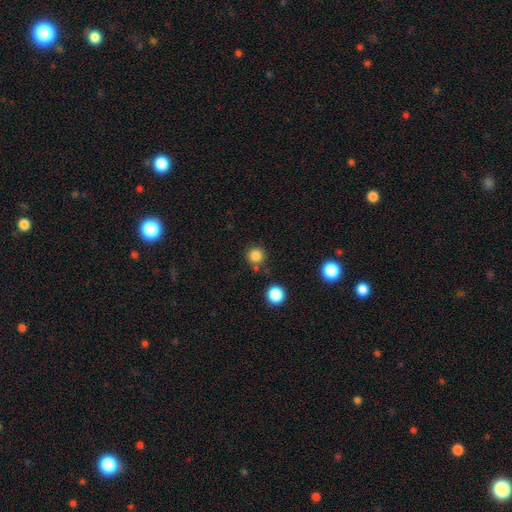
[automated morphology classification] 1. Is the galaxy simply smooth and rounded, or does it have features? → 83% smooth, 13% star or artifact, 4% featured or disk.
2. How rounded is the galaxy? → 94% round, 5% in between, 1% cigar-shaped.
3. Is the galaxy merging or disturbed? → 80% none, 9% minor disturbance, 8% merger, 3% major disturbance.